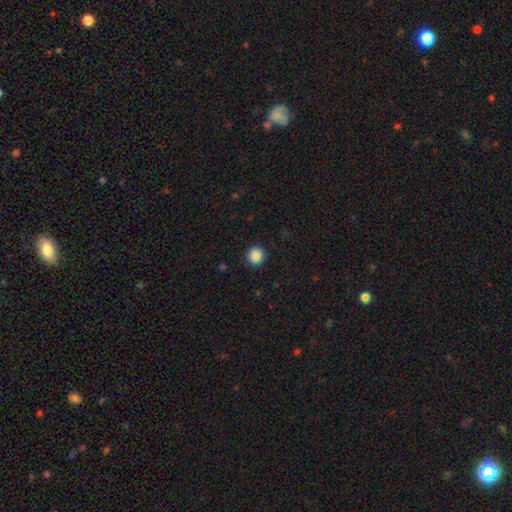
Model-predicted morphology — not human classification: Smooth or featured?
  - smooth: 88% *
  - star or artifact: 10%
  - featured or disk: 3%
How rounded?
  - round: 93% *
  - in between: 6%
  - cigar-shaped: 1%
Merging?
  - none: 91% *
  - minor disturbance: 6%
  - major disturbance: 2%
  - merger: 1%